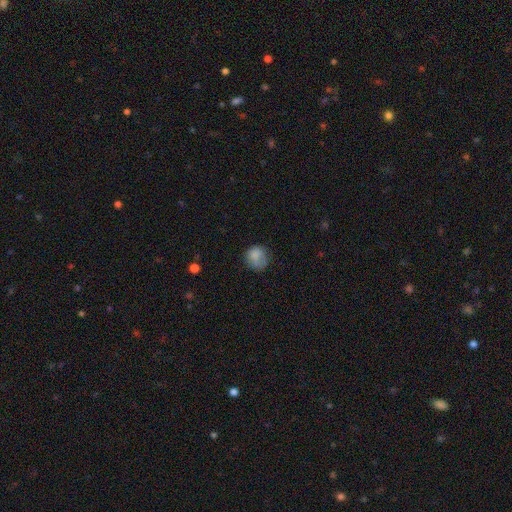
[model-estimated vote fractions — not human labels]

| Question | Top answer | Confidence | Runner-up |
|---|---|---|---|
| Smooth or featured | smooth | 78% | featured or disk (12%) |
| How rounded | round | 77% | in between (22%) |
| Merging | none | 59% | minor disturbance (26%) |